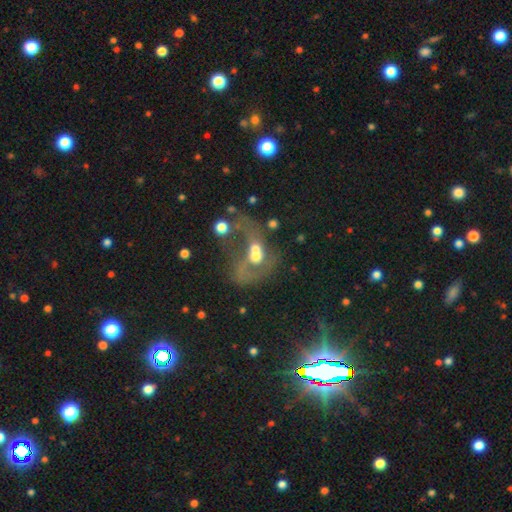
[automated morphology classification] Smooth or featured: featured or disk — 55% (smooth — 32%)
Edge-on disk: no — 96% (yes — 4%)
Bar: no — 75% (weak — 19%)
Spiral arms: no — 52% (yes — 48%)
Bulge size: moderate — 54% (large — 20%)
Merging: merger — 60% (major disturbance — 23%)